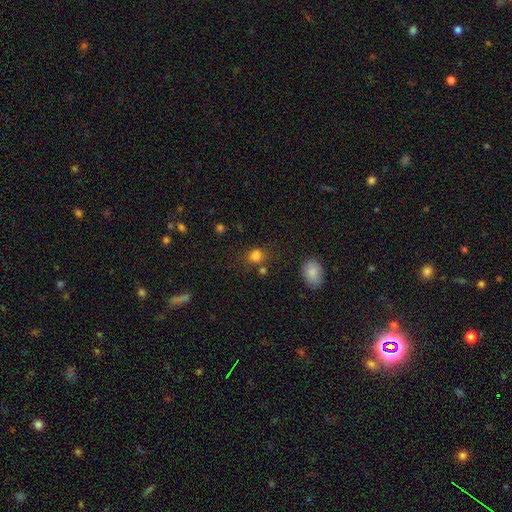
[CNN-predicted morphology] smooth_or_featured: smooth (p=0.80) [alt: star or artifact p=0.14]
how_rounded: round (p=0.66) [alt: in between p=0.33]
merging: none (p=0.66) [alt: minor disturbance p=0.17]